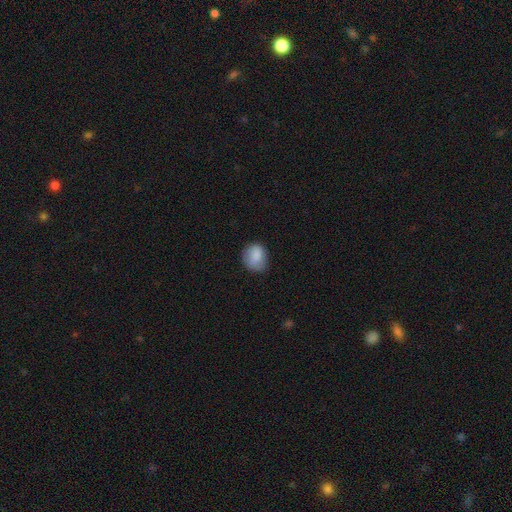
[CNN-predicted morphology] Smooth or featured: smooth — 85% (star or artifact — 8%)
How rounded: round — 59% (in between — 40%)
Merging: none — 65% (minor disturbance — 26%)